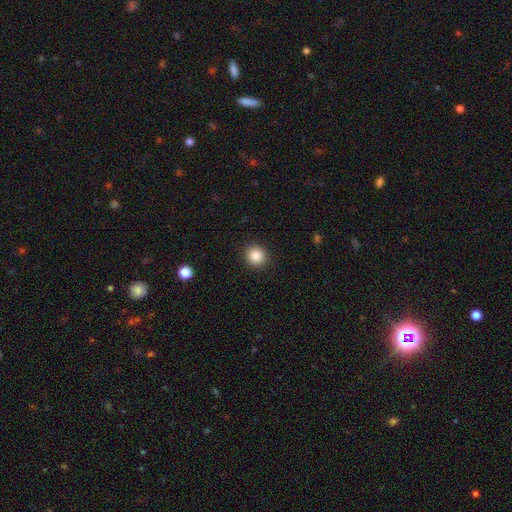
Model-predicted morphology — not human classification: smooth 85%, star or artifact 10%, featured or disk 5%. Down the decision tree: how rounded — round (90%); merging — none (91%).